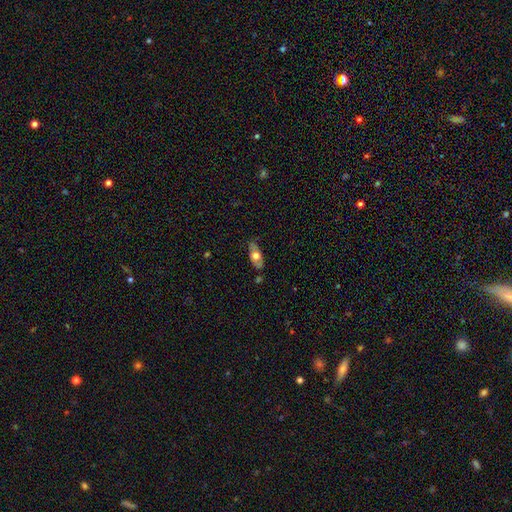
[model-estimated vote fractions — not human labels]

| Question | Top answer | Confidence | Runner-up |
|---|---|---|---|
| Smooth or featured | smooth | 53% | featured or disk (41%) |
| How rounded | in between | 84% | cigar-shaped (11%) |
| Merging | none | 78% | minor disturbance (17%) |